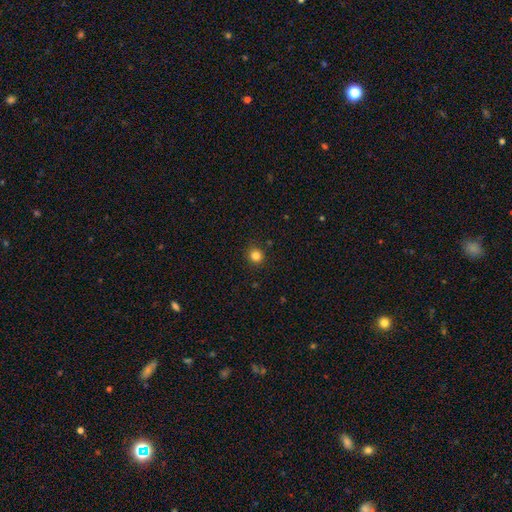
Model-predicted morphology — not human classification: A smooth galaxy with no disk features (82%) that is round (93%).

Vote fractions:
- Smooth or featured? smooth: 82% / star or artifact: 13% / featured or disk: 4%
- How rounded? round: 93% / in between: 6% / cigar-shaped: 1%
- Merging? none: 91% / minor disturbance: 6% / major disturbance: 2% / merger: 1%